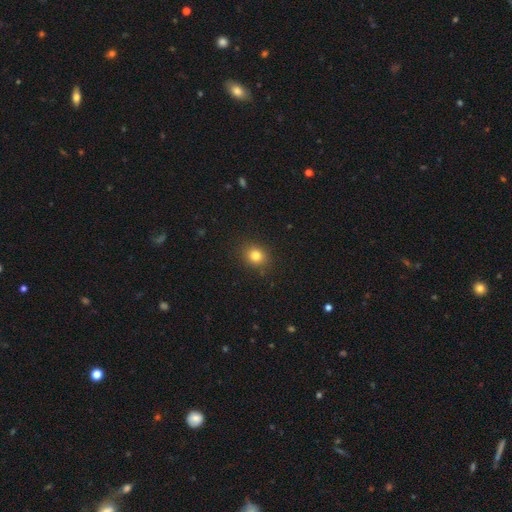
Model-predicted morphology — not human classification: smooth-or-featured: smooth: 81% | star or artifact: 12% | featured or disk: 6%
  how-rounded: round: 70% | in between: 29% | cigar-shaped: 1%
  merging: none: 89% | minor disturbance: 8% | major disturbance: 2% | merger: 1%